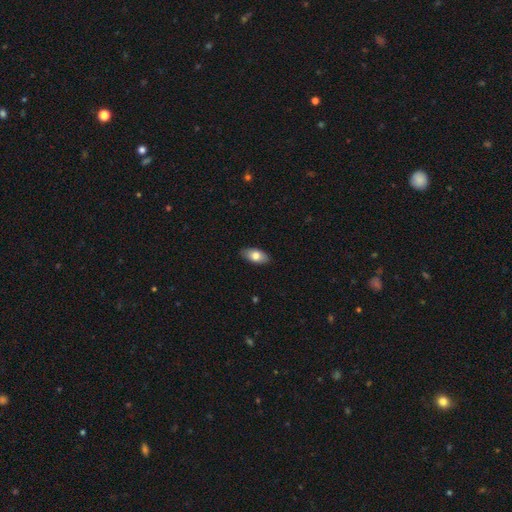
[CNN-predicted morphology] Smooth or featured?
  - smooth: 77% *
  - featured or disk: 17%
  - star or artifact: 6%
How rounded?
  - in between: 91% *
  - cigar-shaped: 5%
  - round: 3%
Merging?
  - none: 88% *
  - minor disturbance: 9%
  - major disturbance: 2%
  - merger: 1%